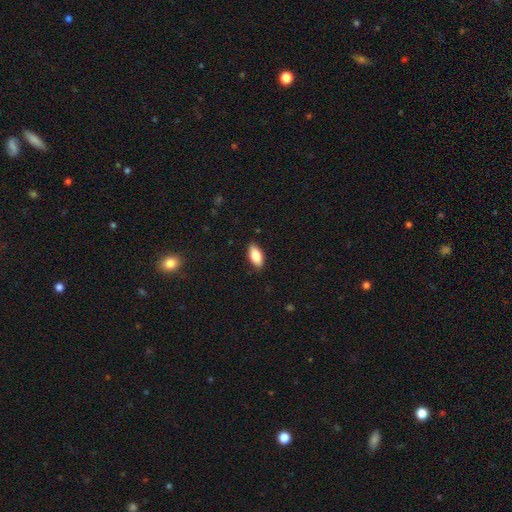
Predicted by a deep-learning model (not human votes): Morphology: type=smooth (85%); roundness=in between (90%); merging=none (88%).